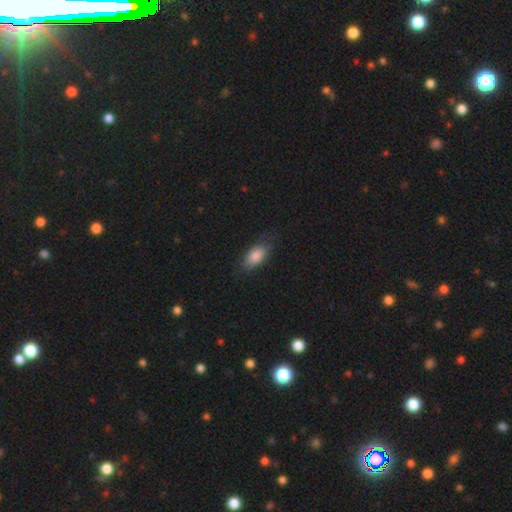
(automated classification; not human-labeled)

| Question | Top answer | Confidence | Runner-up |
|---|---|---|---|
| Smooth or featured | smooth | 84% | featured or disk (9%) |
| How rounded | in between | 89% | cigar-shaped (8%) |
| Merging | none | 74% | minor disturbance (20%) |